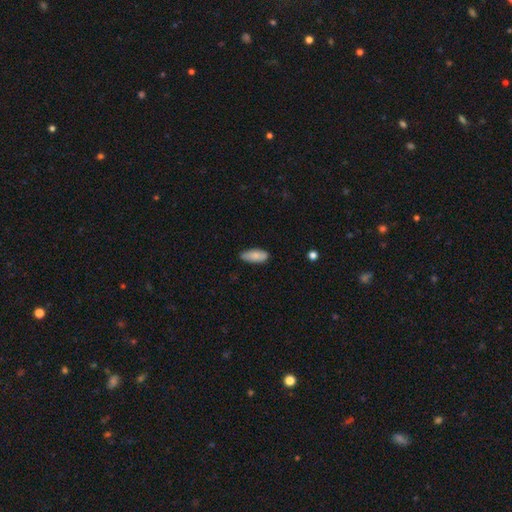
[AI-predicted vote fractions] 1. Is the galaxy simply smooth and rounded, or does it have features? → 83% smooth, 11% featured or disk, 6% star or artifact.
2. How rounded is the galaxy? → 82% in between, 16% cigar-shaped, 2% round.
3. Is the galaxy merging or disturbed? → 79% none, 17% minor disturbance, 2% major disturbance, 1% merger.